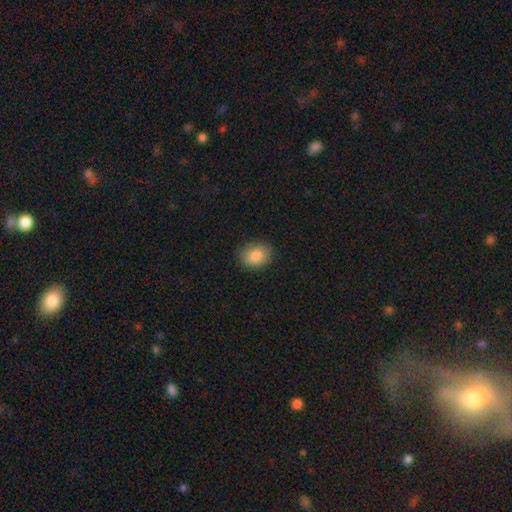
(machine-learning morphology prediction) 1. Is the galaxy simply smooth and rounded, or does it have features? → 86% smooth, 8% star or artifact, 6% featured or disk.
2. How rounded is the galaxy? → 64% in between, 35% round, 1% cigar-shaped.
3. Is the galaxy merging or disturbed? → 86% none, 11% minor disturbance, 3% major disturbance, 1% merger.